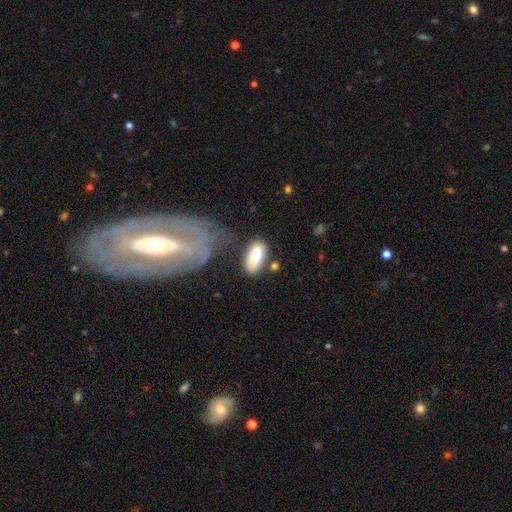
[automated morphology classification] Smooth or featured? smooth (81%)
How rounded? in between (90%)
Merging? none (60%)